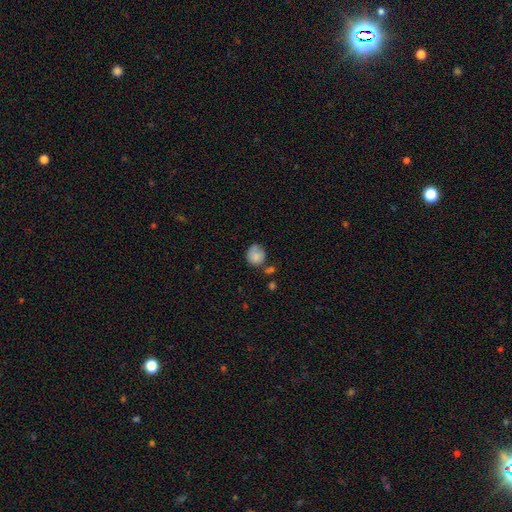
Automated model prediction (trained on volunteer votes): smooth-or-featured: smooth: 80% | featured or disk: 12% | star or artifact: 8%
  how-rounded: round: 76% | in between: 23% | cigar-shaped: 1%
  merging: none: 51% | minor disturbance: 29% | merger: 11% | major disturbance: 9%